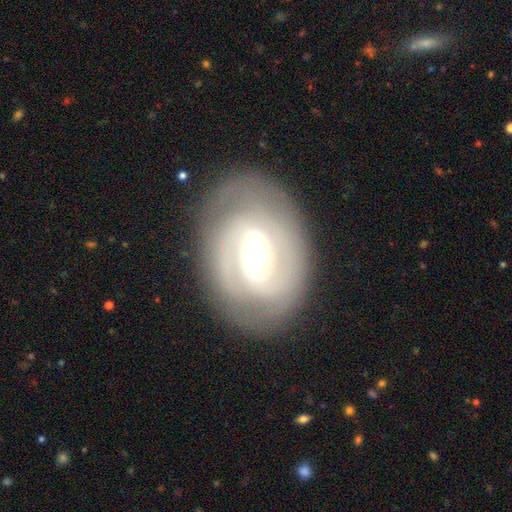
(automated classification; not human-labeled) A featured or disk galaxy (83%) with a strong bar (48%), 2 (71%) tight (53%) spiral arms (89%) and a moderate central bulge (56%). Merging: none (78%).